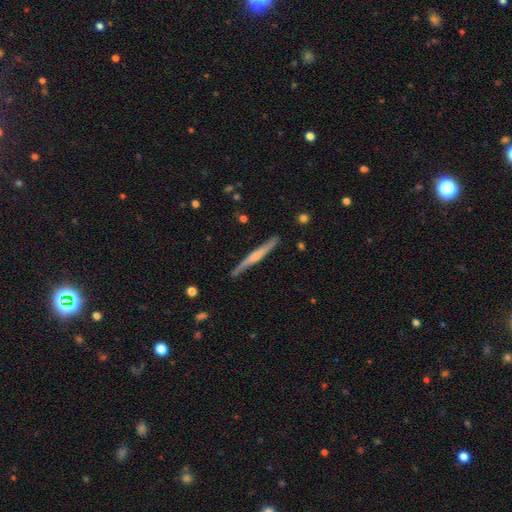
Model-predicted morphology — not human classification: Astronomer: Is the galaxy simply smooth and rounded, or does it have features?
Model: featured or disk — 62%.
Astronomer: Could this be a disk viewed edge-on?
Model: yes — 97%.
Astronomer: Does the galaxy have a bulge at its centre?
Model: rounded — 47% (runner-up: none, 36%).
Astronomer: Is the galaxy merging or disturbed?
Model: none — 85%.